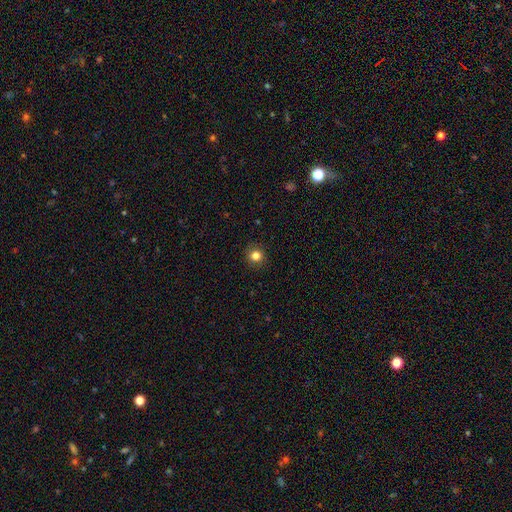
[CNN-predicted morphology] A smooth galaxy with no disk features (82%) that is round (90%). Merging: none (91%).